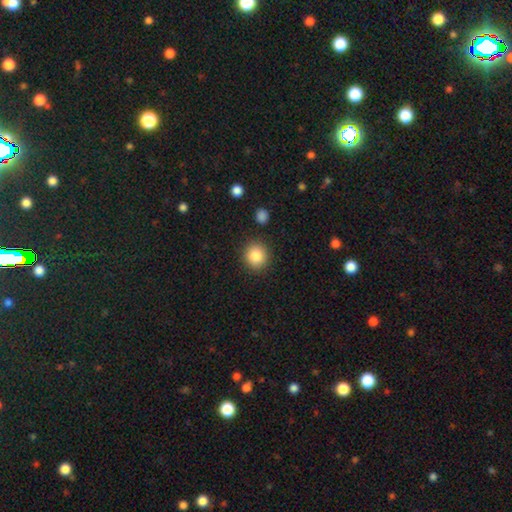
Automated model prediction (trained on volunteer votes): Overall: smooth (85%). How rounded: round (88%). Merging: none (89%).